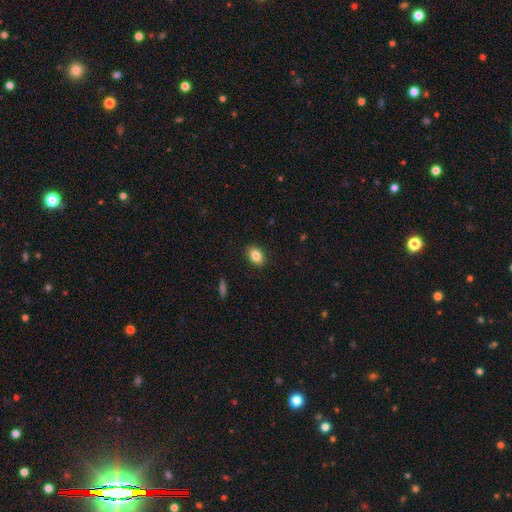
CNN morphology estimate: Smooth or featured?
  - smooth: 84% *
  - star or artifact: 9%
  - featured or disk: 8%
How rounded?
  - in between: 79% *
  - round: 19%
  - cigar-shaped: 2%
Merging?
  - none: 88% *
  - minor disturbance: 9%
  - major disturbance: 2%
  - merger: 1%